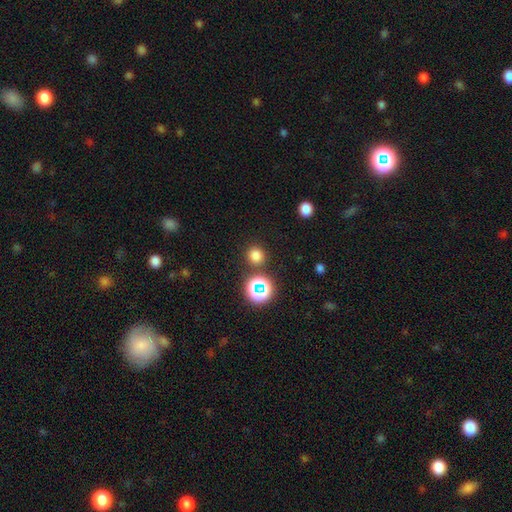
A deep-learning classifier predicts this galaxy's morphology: A smooth galaxy with no disk features (74%) that is round (93%).

Vote fractions:
- Smooth or featured? smooth: 74% / star or artifact: 21% / featured or disk: 5%
- How rounded? round: 93% / in between: 6% / cigar-shaped: 1%
- Merging? none: 86% / minor disturbance: 7% / merger: 4% / major disturbance: 3%